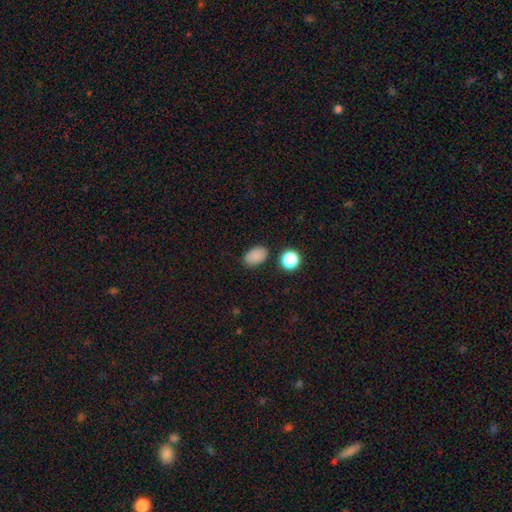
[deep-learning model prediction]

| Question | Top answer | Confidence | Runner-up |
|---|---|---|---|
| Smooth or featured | smooth | 85% | star or artifact (11%) |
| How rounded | in between | 85% | round (13%) |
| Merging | none | 83% | minor disturbance (11%) |